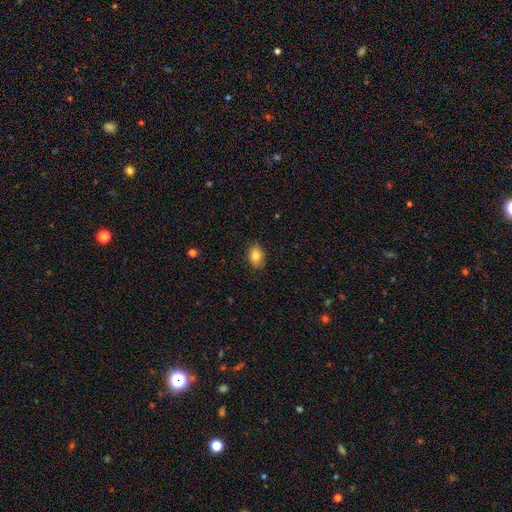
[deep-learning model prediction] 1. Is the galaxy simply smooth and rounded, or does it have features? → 84% smooth, 8% star or artifact, 8% featured or disk.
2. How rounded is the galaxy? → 80% in between, 19% round, 1% cigar-shaped.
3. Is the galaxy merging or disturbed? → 85% none, 12% minor disturbance, 2% major disturbance, 1% merger.